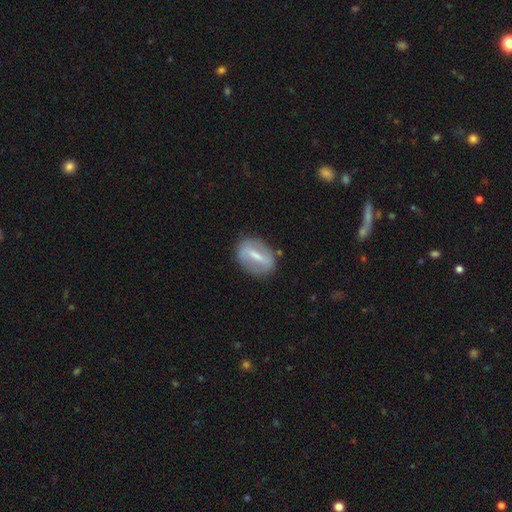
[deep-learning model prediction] Smooth or featured: featured or disk — 57% (smooth — 36%)
Edge-on disk: no — 87% (yes — 13%)
Merging: none — 79% (minor disturbance — 14%)